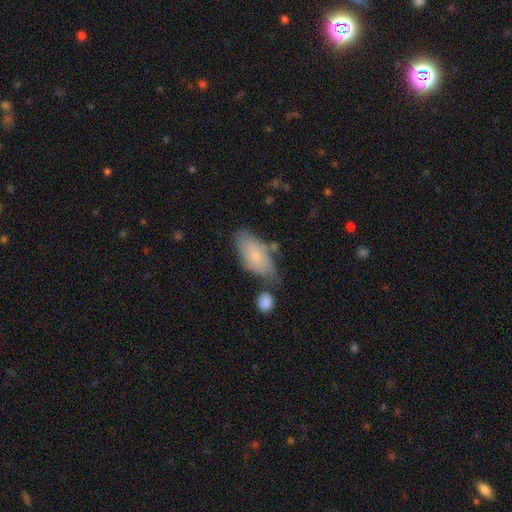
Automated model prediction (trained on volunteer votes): smooth 73%, featured or disk 21%, star or artifact 6%. Down the decision tree: how rounded — in between (90%); merging — none (52%).